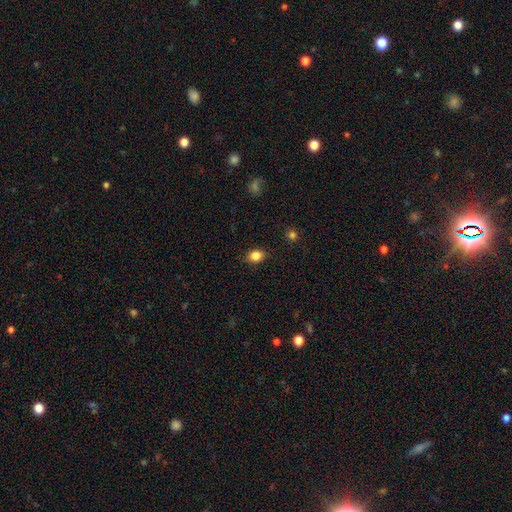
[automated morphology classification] Smooth or featured: smooth — 84% (star or artifact — 10%)
How rounded: in between — 63% (round — 35%)
Merging: none — 86% (minor disturbance — 11%)